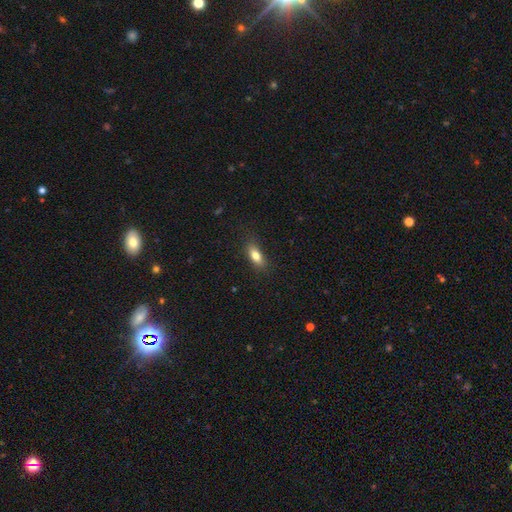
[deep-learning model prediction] Overall: smooth (80%). How rounded: in between (76%). Merging: none (82%).